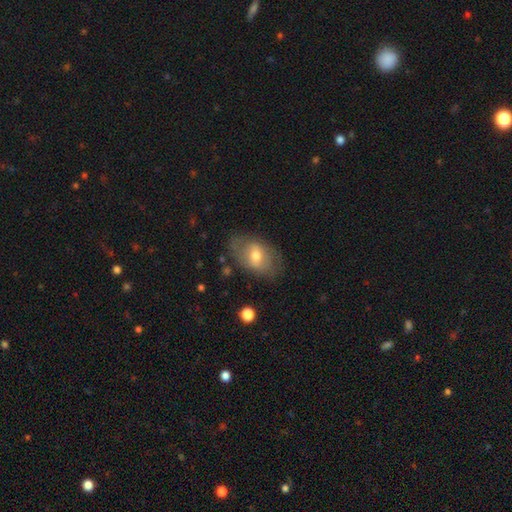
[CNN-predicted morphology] Smooth or featured?
  - smooth: 47% *
  - featured or disk: 45%
  - star or artifact: 8%
Merging?
  - none: 74% *
  - minor disturbance: 17%
  - major disturbance: 7%
  - merger: 2%